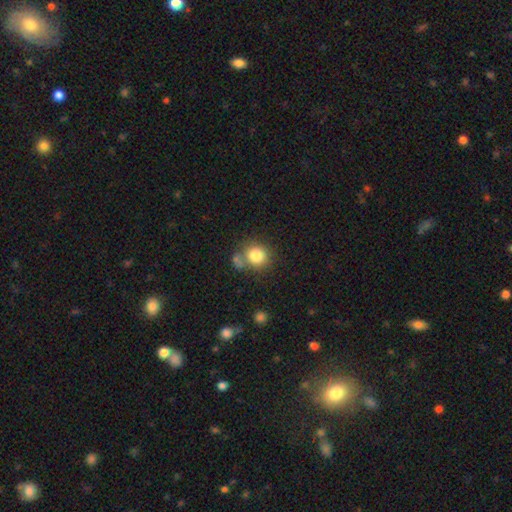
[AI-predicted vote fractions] Smooth or featured: smooth — 82% (star or artifact — 10%)
How rounded: round — 84% (in between — 15%)
Merging: none — 59% (merger — 22%)